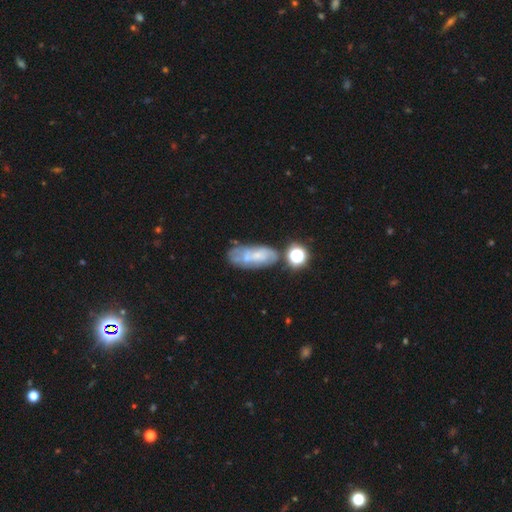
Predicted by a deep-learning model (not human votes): Morphology: type=featured or disk (51%); edge-on=no (91%); merging=none (43%).